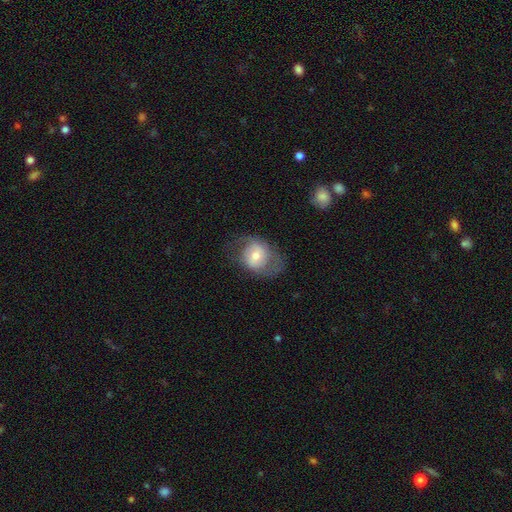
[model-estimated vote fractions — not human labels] Q: Smooth or featured?
A: featured or disk (47%); runner-up: smooth (45%)
Q: Merging?
A: none (57%); runner-up: minor disturbance (22%)